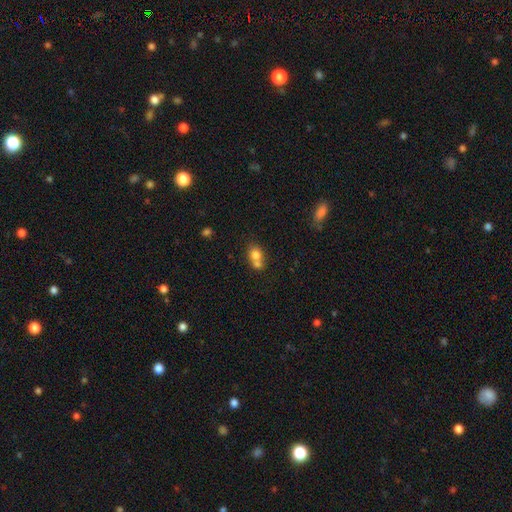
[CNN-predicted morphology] This is likely a smooth galaxy (75%). How rounded: possibly round (59%). Merging: possibly merger (59%).